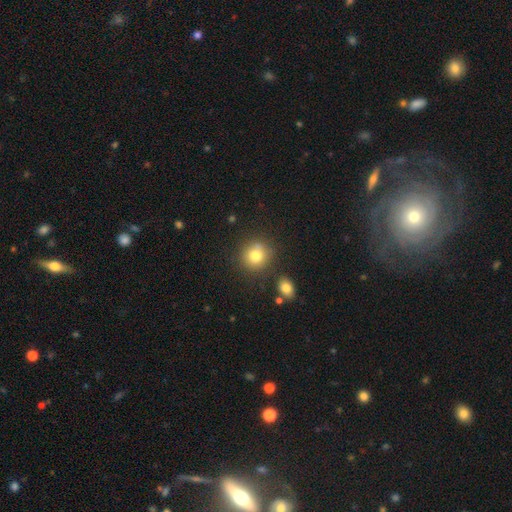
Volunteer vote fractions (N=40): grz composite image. It shows a smooth galaxy with no disk features (95%) that is round (100%). Merging: none (87%).